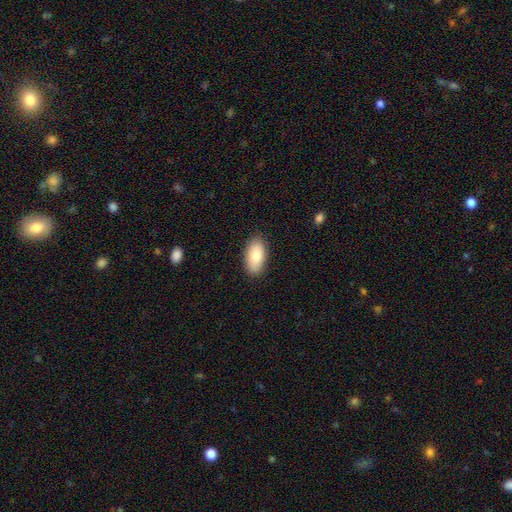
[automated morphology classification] The model was most divided on "smooth or featured": smooth: 82%, featured or disk: 12%, star or artifact: 6%. More confident: how rounded — in between (94%); merging — none (87%).